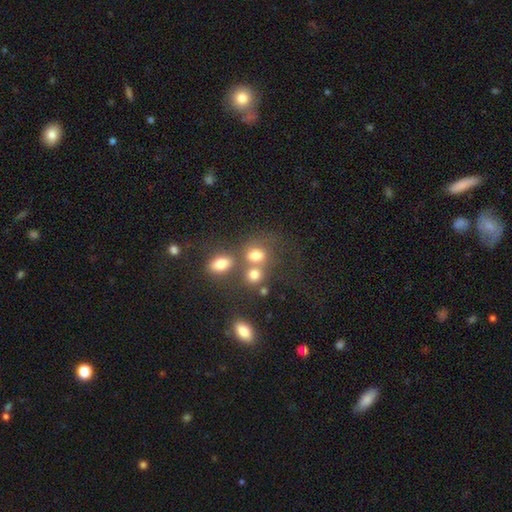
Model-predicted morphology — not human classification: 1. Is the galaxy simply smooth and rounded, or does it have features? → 74% smooth, 14% star or artifact, 12% featured or disk.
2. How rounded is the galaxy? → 59% round, 40% in between, 1% cigar-shaped.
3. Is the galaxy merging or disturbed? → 42% merger, 41% none, 10% minor disturbance, 7% major disturbance.